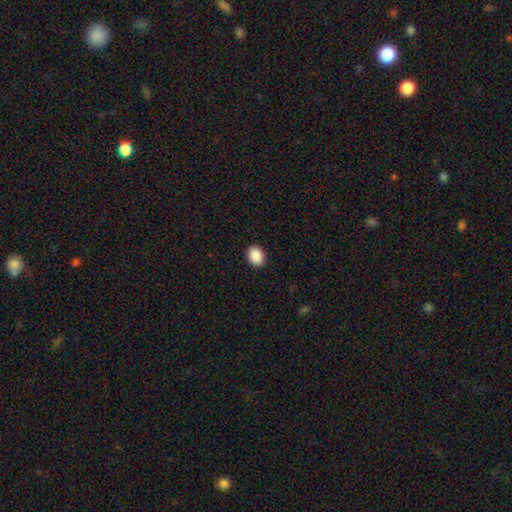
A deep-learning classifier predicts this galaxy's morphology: type=smooth (90%); roundness=in between (65%); merging=none (91%).